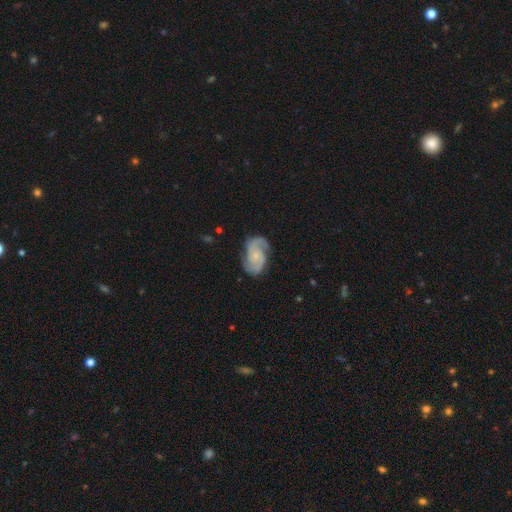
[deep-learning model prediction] Morphology: type=featured or disk (87%); edge-on=no (98%); bar=no (64%); spiral arms=yes (97%); winding=medium (51%); arm count=2 (82%); bulge=small (67%); merging=none (74%).